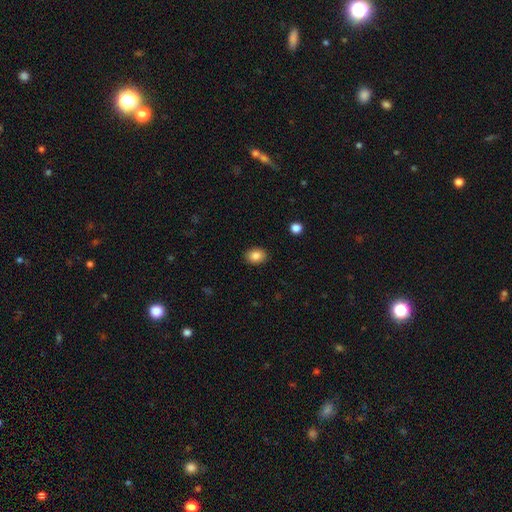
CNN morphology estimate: smooth_or_featured: smooth (p=0.86) [alt: star or artifact p=0.09]
how_rounded: in between (p=0.62) [alt: round p=0.37]
merging: none (p=0.89) [alt: minor disturbance p=0.08]